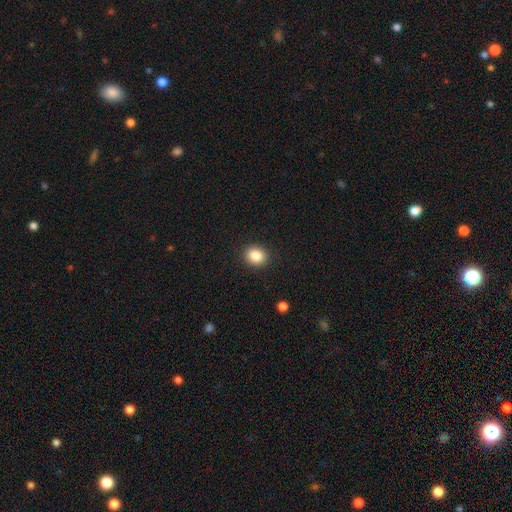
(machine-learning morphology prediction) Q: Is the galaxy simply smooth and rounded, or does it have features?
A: smooth — 86%.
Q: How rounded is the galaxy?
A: round — 71%.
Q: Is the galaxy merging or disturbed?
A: none — 91%.